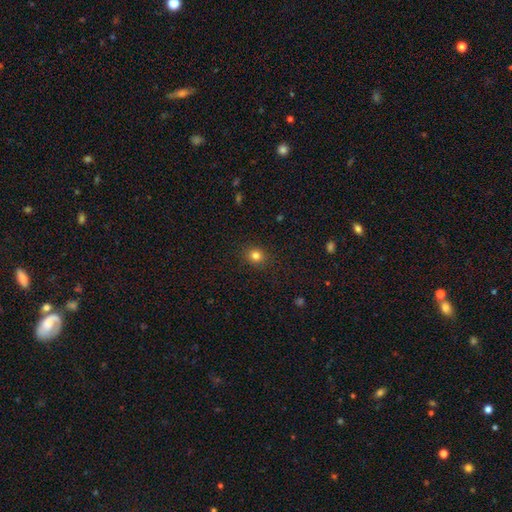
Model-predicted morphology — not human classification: type=smooth (82%); roundness=round (82%); merging=none (89%).